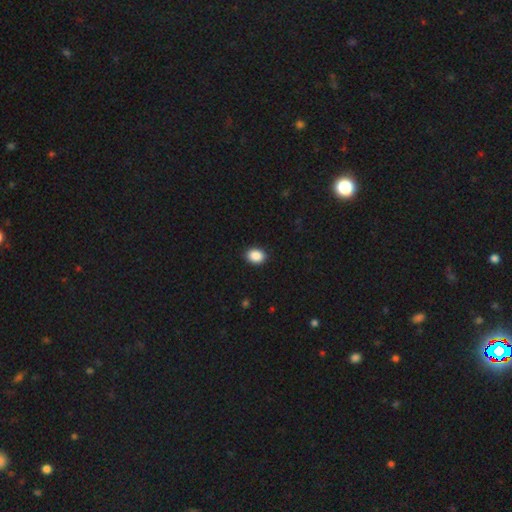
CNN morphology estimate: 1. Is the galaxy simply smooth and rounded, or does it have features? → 89% smooth, 8% star or artifact, 3% featured or disk.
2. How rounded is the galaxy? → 61% in between, 38% round, 1% cigar-shaped.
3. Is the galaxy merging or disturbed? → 91% none, 7% minor disturbance, 2% major disturbance, 1% merger.